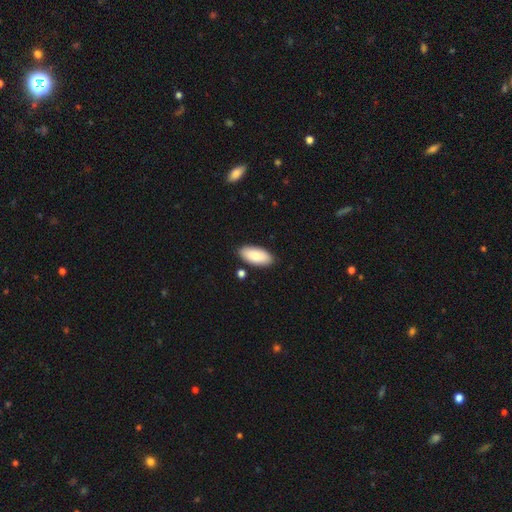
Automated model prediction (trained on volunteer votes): smooth-or-featured: smooth: 83% | featured or disk: 11% | star or artifact: 6%
  how-rounded: in between: 92% | cigar-shaped: 6% | round: 2%
  merging: none: 86% | minor disturbance: 9% | merger: 3% | major disturbance: 2%